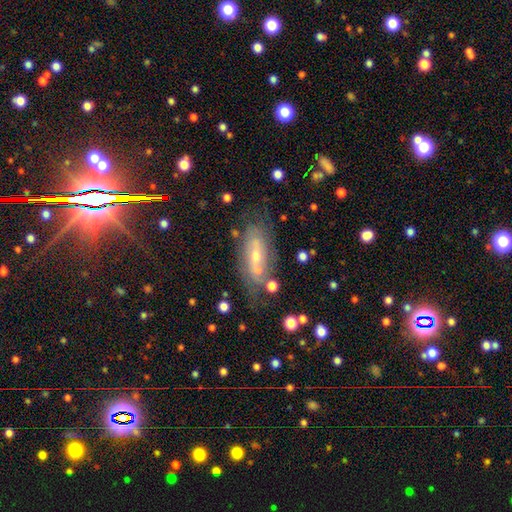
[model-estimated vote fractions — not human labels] A featured or disk galaxy (60%). Merging: none (61%).